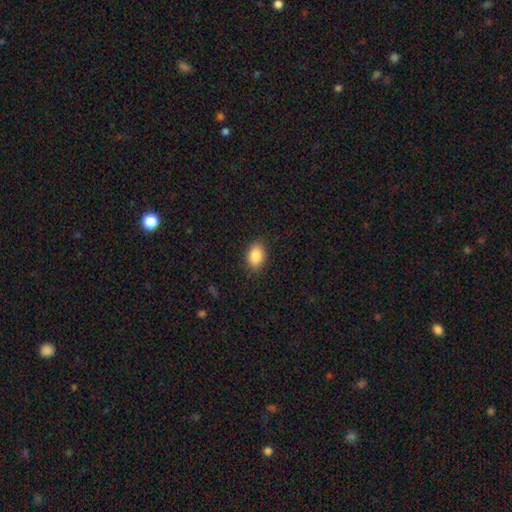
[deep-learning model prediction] smooth 87%, star or artifact 8%, featured or disk 5%. Down the decision tree: how rounded — in between (84%); merging — none (88%).